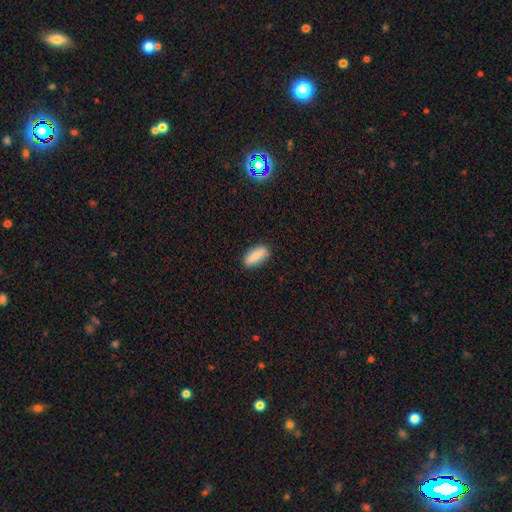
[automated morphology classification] This is clearly a smooth galaxy (85%). How rounded: likely in between (64%). Merging: clearly none (86%).